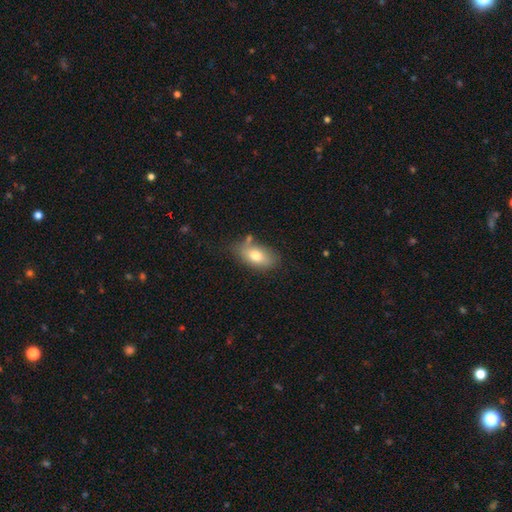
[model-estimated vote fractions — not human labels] A smooth galaxy with no disk features (75%) that is in between round and cigar-shaped (90%).

Vote fractions:
- Smooth or featured? smooth: 75% / featured or disk: 17% / star or artifact: 8%
- How rounded? in between: 90% / round: 7% / cigar-shaped: 3%
- Merging? none: 66% / minor disturbance: 21% / merger: 7% / major disturbance: 5%